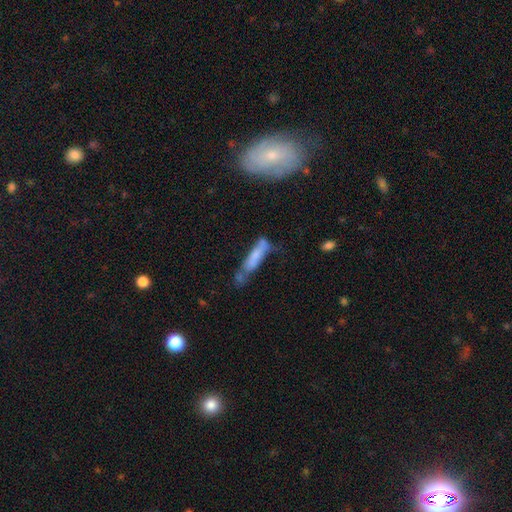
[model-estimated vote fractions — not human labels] This is likely a smooth galaxy (64%). How rounded: clearly cigar-shaped (80%). Merging: marginally none (37%).